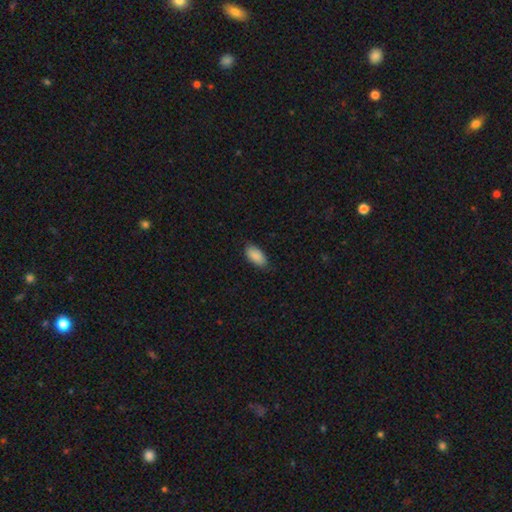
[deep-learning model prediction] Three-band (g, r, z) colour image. It shows a smooth galaxy with no disk features (89%) that is in between round and cigar-shaped (93%). Merging: none (79%).